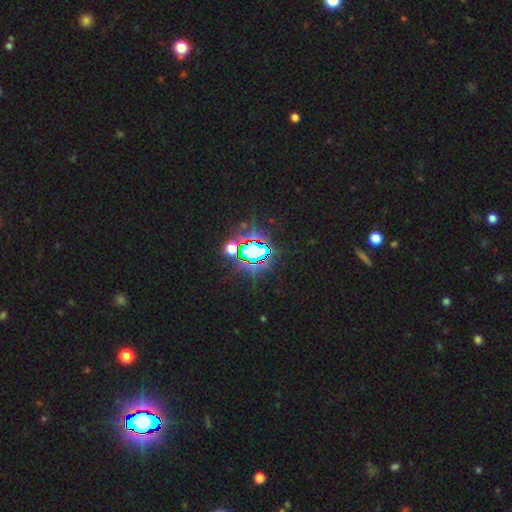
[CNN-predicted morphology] The model was most divided on "smooth or featured": star or artifact: 73%, smooth: 16%, featured or disk: 11%.